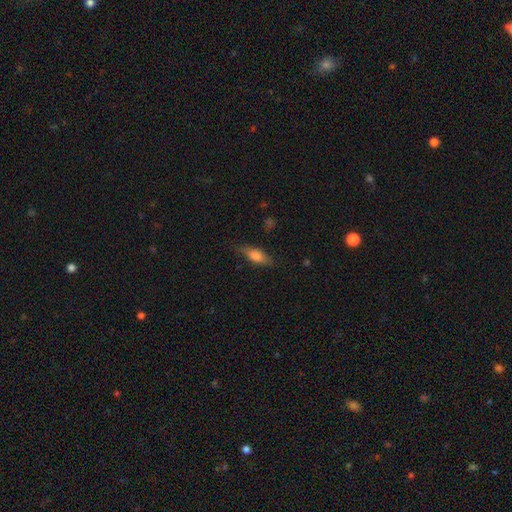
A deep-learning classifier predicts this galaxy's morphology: This appears to be a smooth galaxy with no disk features (68%) that is in between round and cigar-shaped (57%). Merging: none (78%).